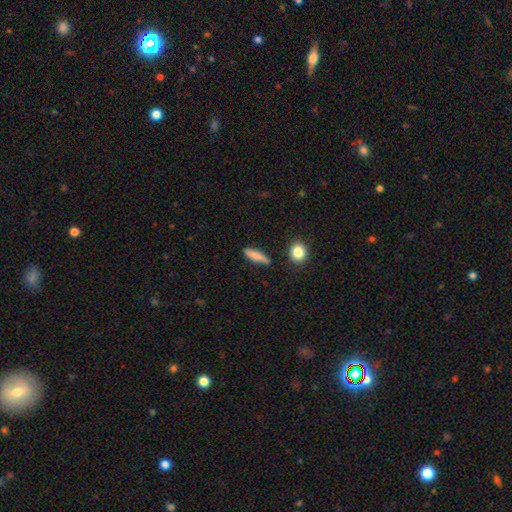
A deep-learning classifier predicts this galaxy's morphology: smooth 73%, featured or disk 19%, star or artifact 7%. Down the decision tree: how rounded — cigar-shaped (68%); merging — none (82%).